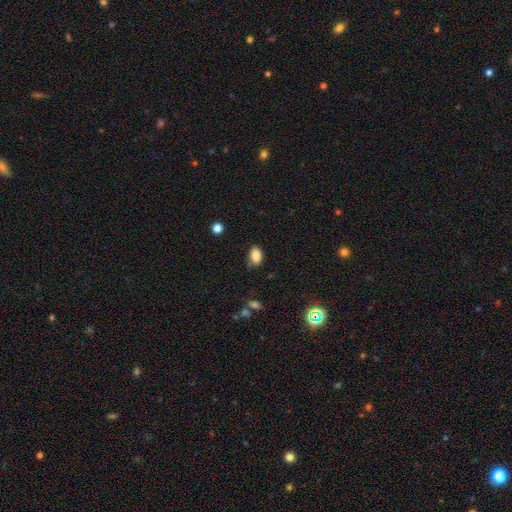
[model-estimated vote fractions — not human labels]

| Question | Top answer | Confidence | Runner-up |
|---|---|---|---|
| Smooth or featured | smooth | 86% | star or artifact (9%) |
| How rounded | in between | 90% | round (8%) |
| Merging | none | 71% | minor disturbance (22%) |